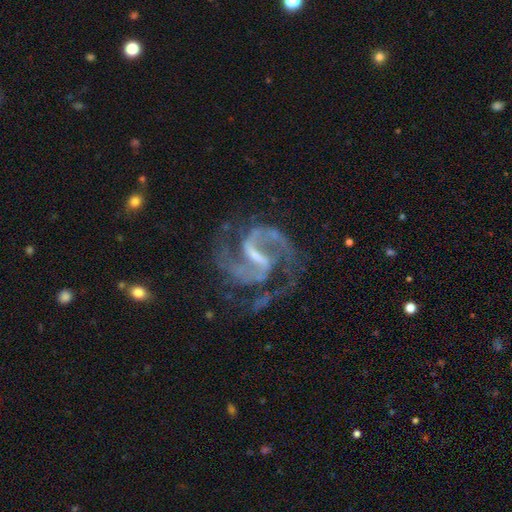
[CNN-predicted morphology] This appears to be a featured or disk galaxy (93%) with a strong bar (53%), 2 (88%) medium (66%) spiral arms (98%) and a small central bulge (54%). Merging: none (68%).